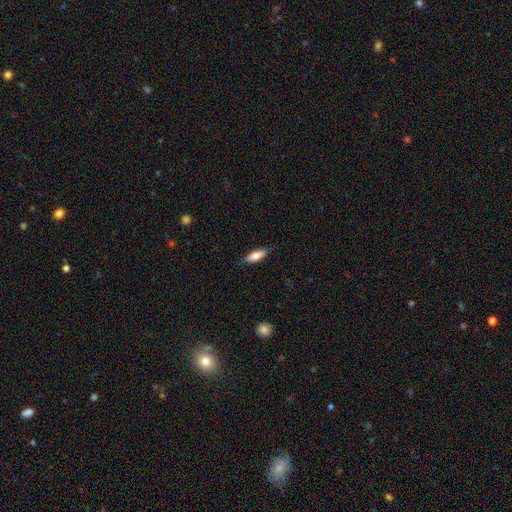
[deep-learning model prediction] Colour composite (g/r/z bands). It shows a smooth galaxy with no disk features (67%) that is in between round and cigar-shaped (55%). Merging: none (83%).